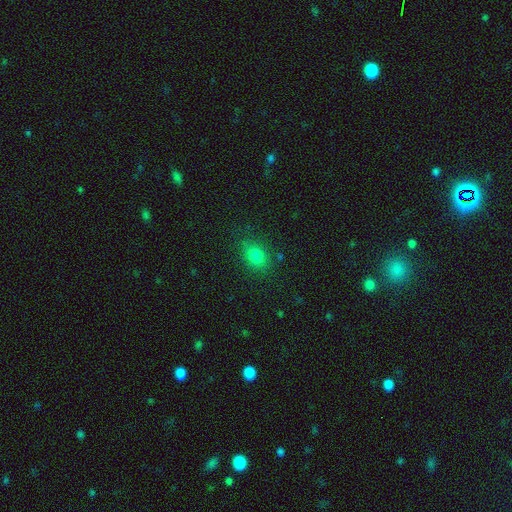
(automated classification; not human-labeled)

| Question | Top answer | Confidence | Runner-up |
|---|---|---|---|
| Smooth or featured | smooth | 79% | star or artifact (13%) |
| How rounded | in between | 62% | round (36%) |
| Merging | none | 81% | minor disturbance (13%) |